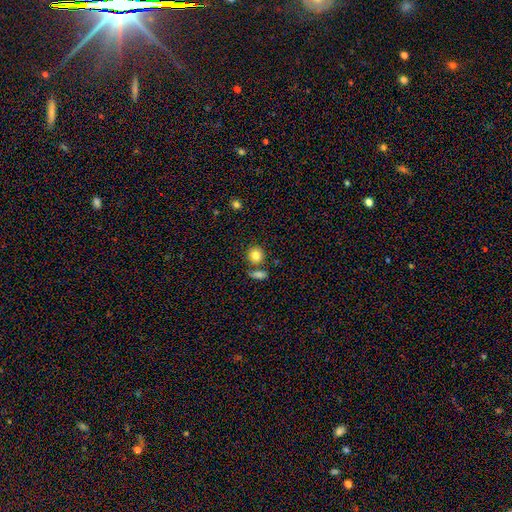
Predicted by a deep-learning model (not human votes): Smooth or featured: smooth — 83% (star or artifact — 9%)
How rounded: round — 83% (in between — 15%)
Merging: none — 69% (merger — 18%)